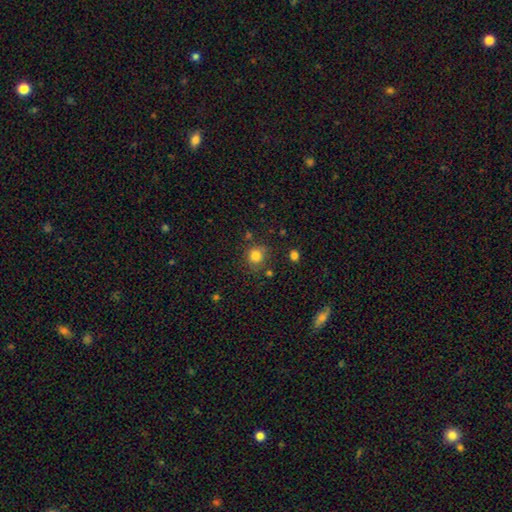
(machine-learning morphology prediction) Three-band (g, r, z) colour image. It shows a smooth galaxy with no disk features (82%) that is round (84%). Merging: none (74%).